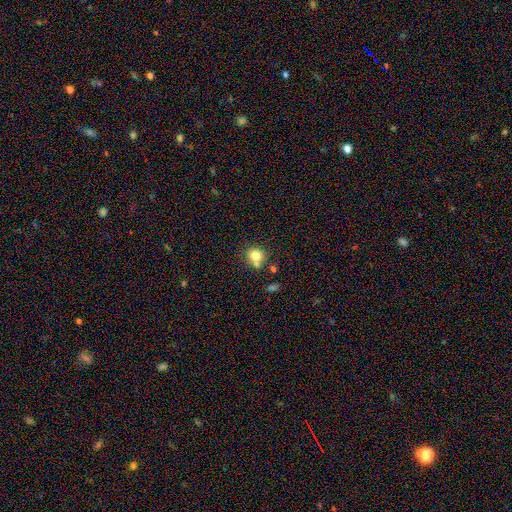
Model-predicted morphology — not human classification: Smooth or featured?
  - smooth: 77% *
  - star or artifact: 12%
  - featured or disk: 11%
How rounded?
  - round: 82% *
  - in between: 17%
  - cigar-shaped: 1%
Merging?
  - none: 61% *
  - merger: 23%
  - minor disturbance: 12%
  - major disturbance: 4%